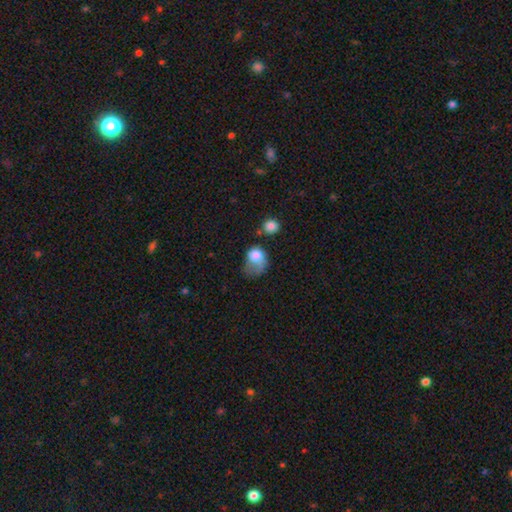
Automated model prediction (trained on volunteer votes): Morphology: type=smooth (76%); roundness=in between (53%); merging=major disturbance (45%).